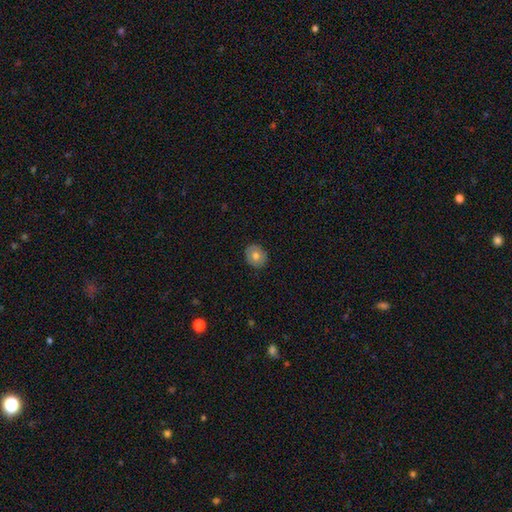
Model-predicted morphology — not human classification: smooth-or-featured: smooth: 73% | featured or disk: 19% | star or artifact: 8%
  how-rounded: round: 72% | in between: 27% | cigar-shaped: 1%
  merging: none: 87% | minor disturbance: 10% | major disturbance: 2% | merger: 1%